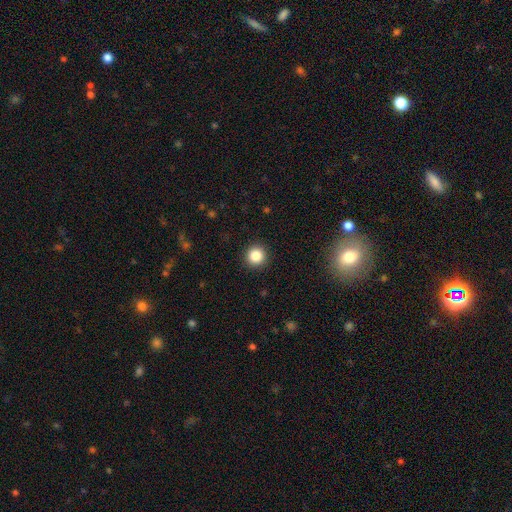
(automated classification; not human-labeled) A smooth galaxy with no disk features (85%) that is round (95%).

Vote fractions:
- Smooth or featured? smooth: 85% / star or artifact: 10% / featured or disk: 4%
- How rounded? round: 95% / in between: 4% / cigar-shaped: 1%
- Merging? none: 92% / minor disturbance: 5% / major disturbance: 2% / merger: 1%